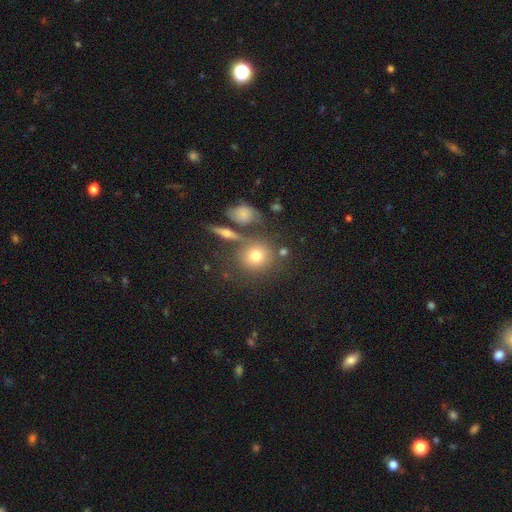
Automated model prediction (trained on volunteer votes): Overall: smooth (71%). How rounded: round (84%). Merging: none (67%).